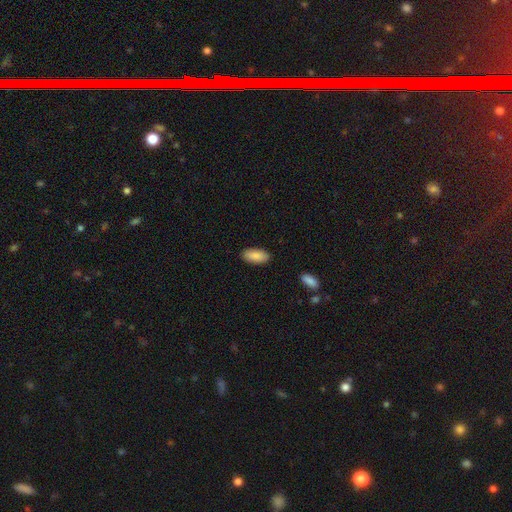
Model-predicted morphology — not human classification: This appears to be a smooth galaxy with no disk features (88%) that is in between round and cigar-shaped (88%). Merging: none (89%).